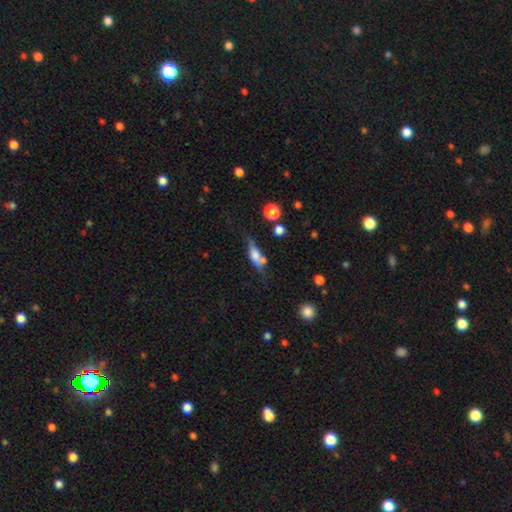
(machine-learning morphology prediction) This appears to be a smooth galaxy with no disk features (50%) that is in between round and cigar-shaped (55%). Merging: none (43%).